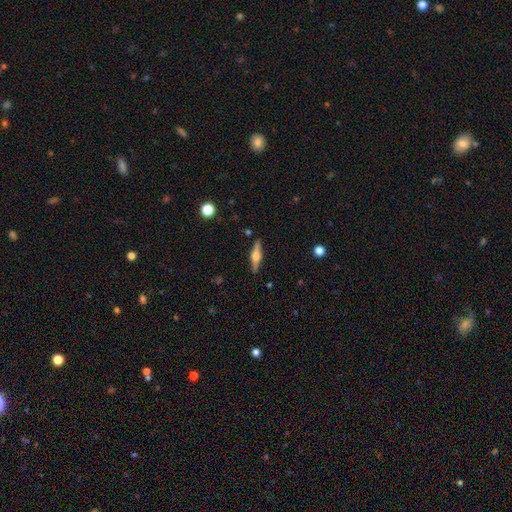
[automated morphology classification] Overall: featured or disk (72%). Edge-on disk: yes (97%). Edge-on bulge: rounded (91%). Merging: none (89%).